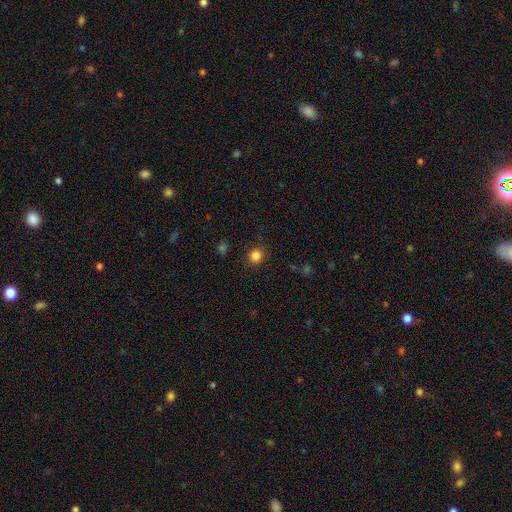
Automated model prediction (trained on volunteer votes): A smooth galaxy with no disk features (84%) that is round (89%).

Vote fractions:
- Smooth or featured? smooth: 84% / star or artifact: 12% / featured or disk: 4%
- How rounded? round: 89% / in between: 10% / cigar-shaped: 1%
- Merging? none: 88% / minor disturbance: 8% / major disturbance: 3% / merger: 1%